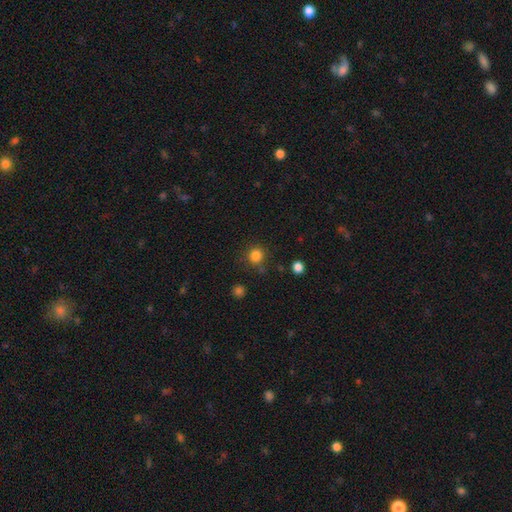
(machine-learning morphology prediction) This appears to be a smooth galaxy with no disk features (83%) that is round (90%). Merging: none (82%).